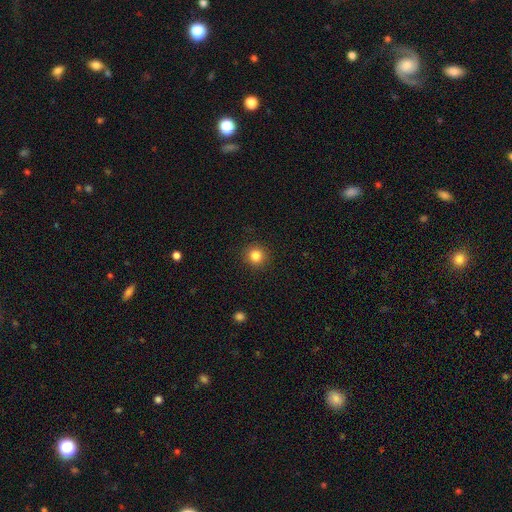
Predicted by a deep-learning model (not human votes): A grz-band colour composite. It shows a smooth galaxy with no disk features (83%) that is round (93%). Merging: none (91%).